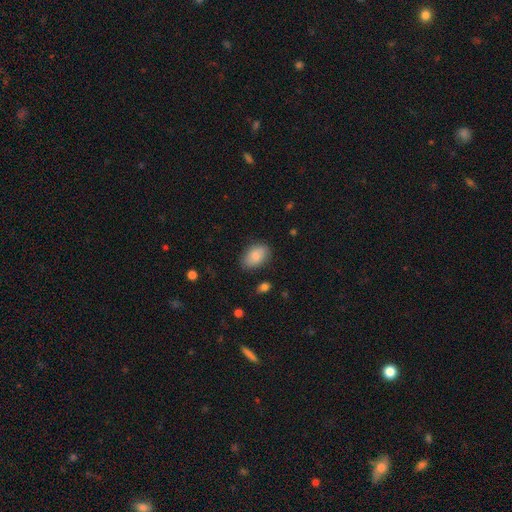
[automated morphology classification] smooth 84%, featured or disk 9%, star or artifact 7%. Down the decision tree: how rounded — in between (89%); merging — none (83%).